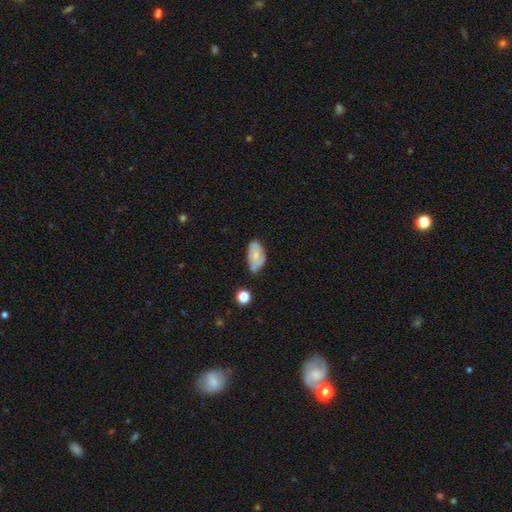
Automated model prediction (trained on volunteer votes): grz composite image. It shows a smooth galaxy with no disk features (56%) that is in between round and cigar-shaped (92%). Merging: none (56%).